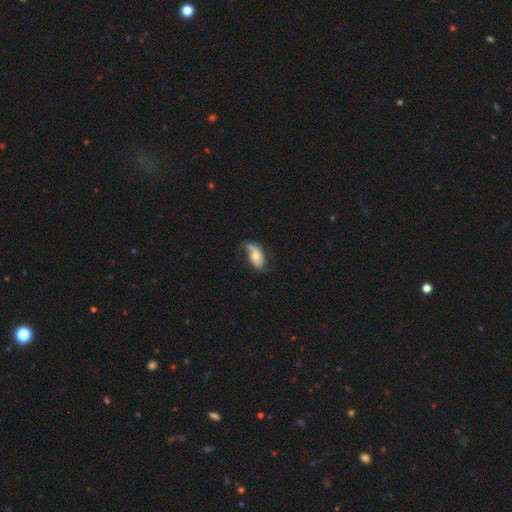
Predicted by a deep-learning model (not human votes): Overall: featured or disk (62%; smooth 31%). Edge-on disk: no (93%). Bar: no (61%; weak 27%). Spiral arms: yes (87%). Spiral arm count: 2 (71%). Spiral winding: loose (58%; medium 29%). Bulge size: moderate (61%; small 27%). Merging: none (54%; minor disturbance 27%).